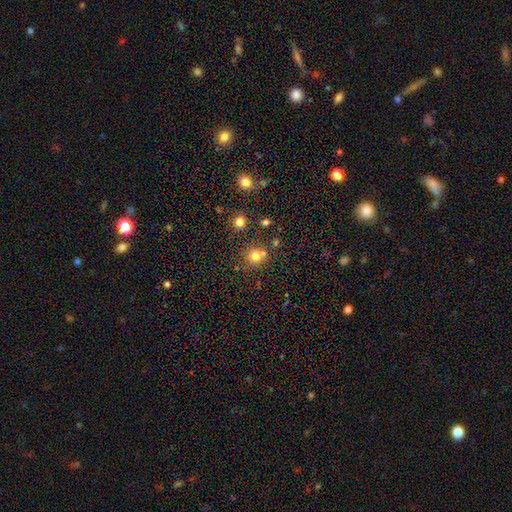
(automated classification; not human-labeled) smooth_or_featured: smooth (p=0.76) [alt: star or artifact p=0.15]
how_rounded: round (p=0.86) [alt: in between p=0.13]
merging: none (p=0.67) [alt: merger p=0.19]